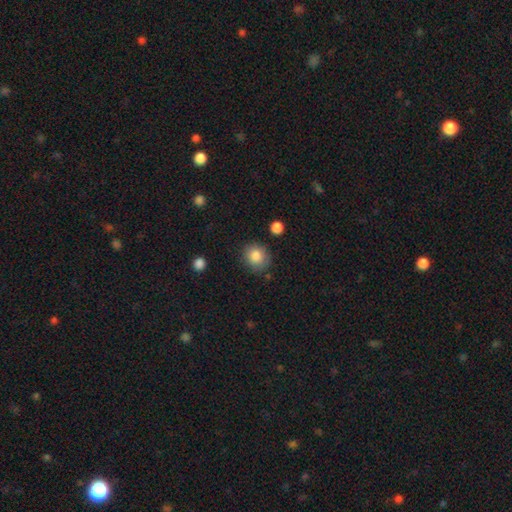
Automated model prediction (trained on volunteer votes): A smooth galaxy with no disk features (84%) that is round (80%).

Vote fractions:
- Smooth or featured? smooth: 84% / star or artifact: 9% / featured or disk: 7%
- How rounded? round: 80% / in between: 19% / cigar-shaped: 1%
- Merging? none: 83% / minor disturbance: 12% / major disturbance: 3% / merger: 3%